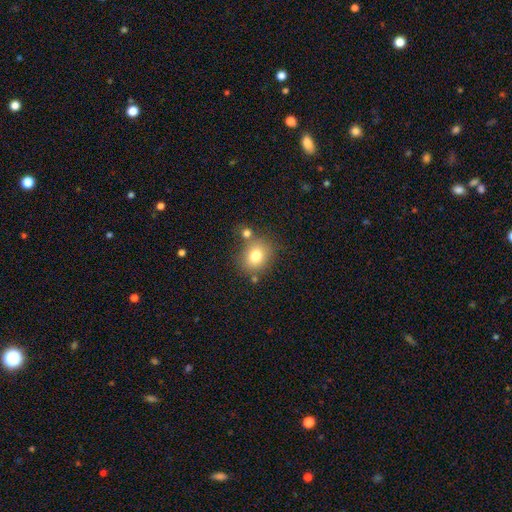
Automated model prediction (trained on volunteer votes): smooth_or_featured: smooth (p=0.76) [alt: featured or disk p=0.12]
how_rounded: round (p=0.69) [alt: in between p=0.30]
merging: none (p=0.67) [alt: merger p=0.15]